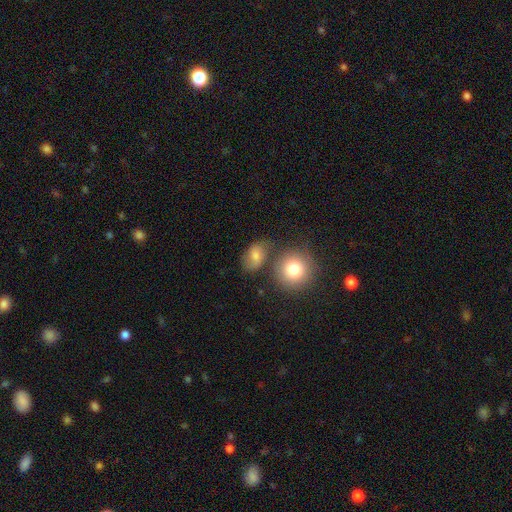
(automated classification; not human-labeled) Q: Smooth or featured?
A: smooth (68%); runner-up: featured or disk (21%)
Q: How rounded?
A: in between (63%); runner-up: round (35%)
Q: Merging?
A: none (61%); runner-up: minor disturbance (18%)